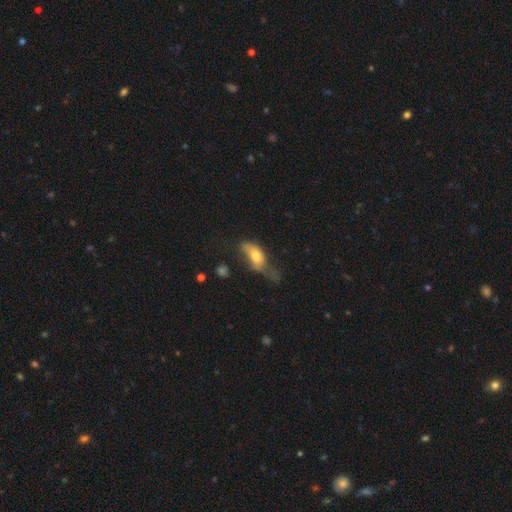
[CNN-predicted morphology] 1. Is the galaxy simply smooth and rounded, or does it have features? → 60% smooth, 32% featured or disk, 8% star or artifact.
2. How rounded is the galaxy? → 79% in between, 15% cigar-shaped, 6% round.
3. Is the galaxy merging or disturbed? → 40% major disturbance, 29% minor disturbance, 25% none, 6% merger.